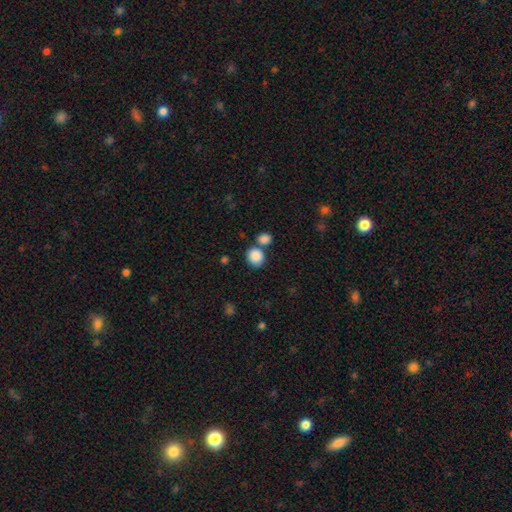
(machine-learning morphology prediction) Smooth or featured: smooth — 87% (star or artifact — 8%)
How rounded: round — 74% (in between — 25%)
Merging: none — 60% (merger — 27%)